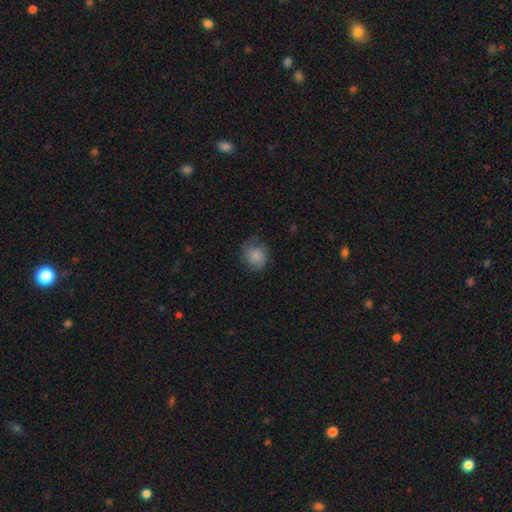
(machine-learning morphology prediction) A smooth galaxy with no disk features (78%) that is round (74%).

Vote fractions:
- Smooth or featured? smooth: 78% / featured or disk: 14% / star or artifact: 8%
- How rounded? round: 74% / in between: 25% / cigar-shaped: 1%
- Merging? none: 61% / minor disturbance: 28% / major disturbance: 10% / merger: 1%